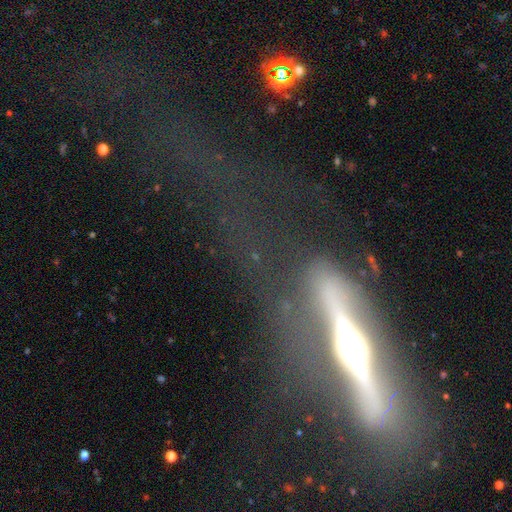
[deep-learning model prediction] smooth_or_featured: featured or disk (p=0.76) [alt: smooth p=0.16]
disk_edge_on: yes (p=0.83) [alt: no p=0.17]
edge_on_bulge: rounded (p=0.90) [alt: boxy p=0.06]
merging: none (p=0.40) [alt: major disturbance p=0.39]